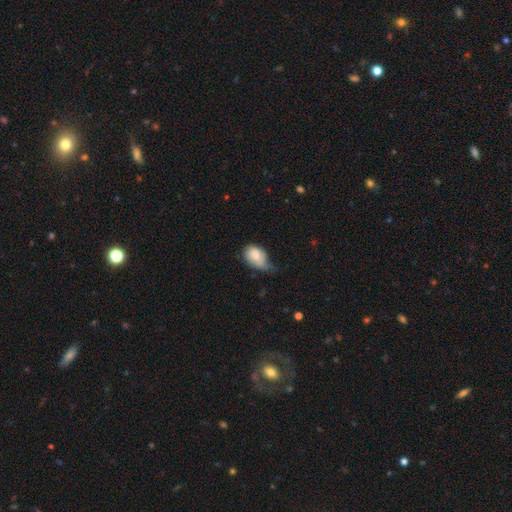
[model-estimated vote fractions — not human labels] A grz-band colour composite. It shows a smooth galaxy with no disk features (77%) that is in between round and cigar-shaped (79%). Merging: minor disturbance (52%).